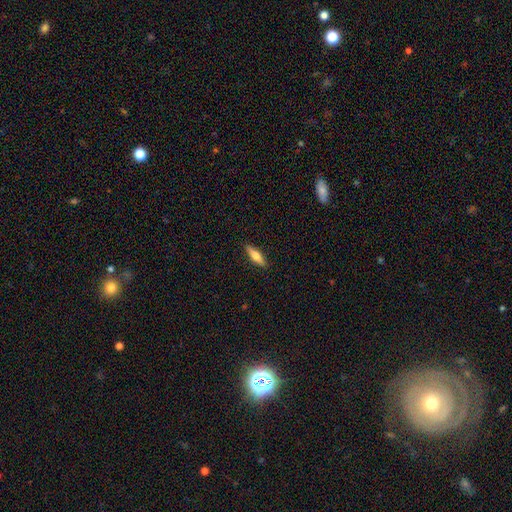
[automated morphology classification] smooth 56%, featured or disk 38%, star or artifact 6%. Down the decision tree: how rounded — cigar-shaped (69%); merging — none (90%).